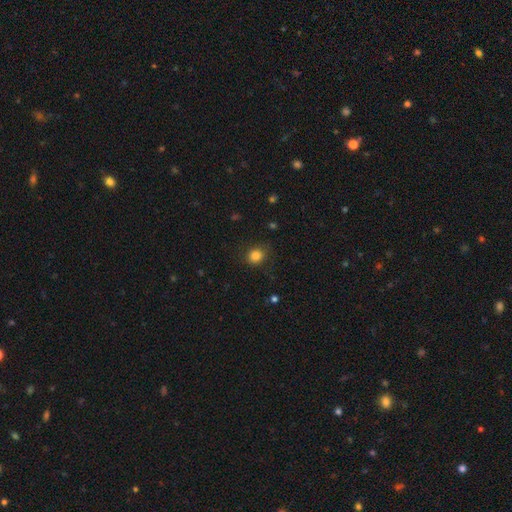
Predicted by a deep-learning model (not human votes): Smooth or featured? Predicted: smooth (p=0.84). How rounded? Predicted: round (p=0.73). Merging? Predicted: none (p=0.80).